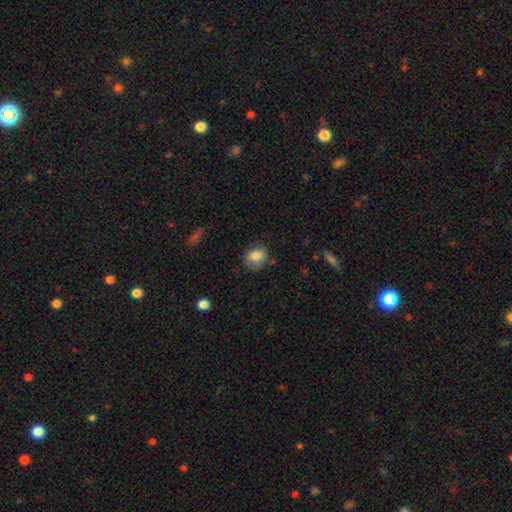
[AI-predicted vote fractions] Smooth or featured? Predicted: smooth (p=0.79). How rounded? Predicted: round (p=0.56). Merging? Predicted: none (p=0.63).